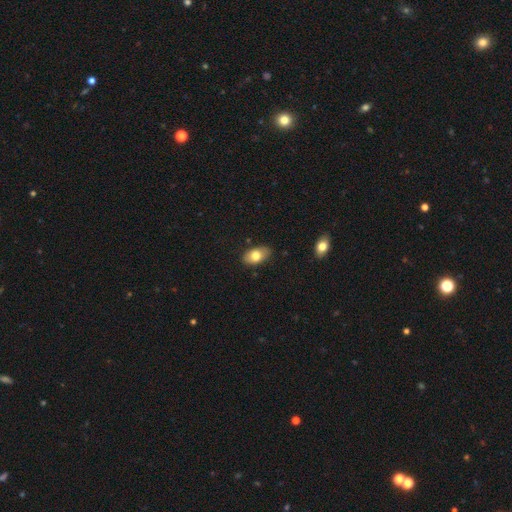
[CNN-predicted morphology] Smooth or featured: smooth — 77% (featured or disk — 15%)
How rounded: in between — 92% (round — 7%)
Merging: none — 85% (minor disturbance — 12%)